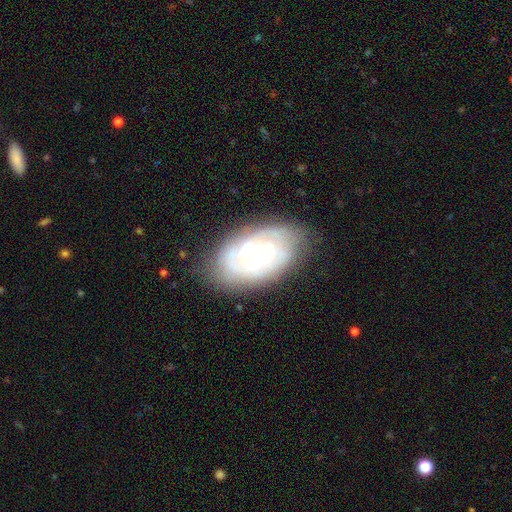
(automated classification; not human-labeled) Smooth or featured: featured or disk — 70% (smooth — 23%)
Edge-on disk: no — 95% (yes — 5%)
Bar: no — 80% (weak — 16%)
Spiral arms: yes — 79% (no — 21%)
Spiral winding: tight — 70% (medium — 23%)
Spiral arm count: can't tell — 55% (2 — 18%)
Bulge size: small — 51% (moderate — 43%)
Merging: none — 72% (minor disturbance — 19%)